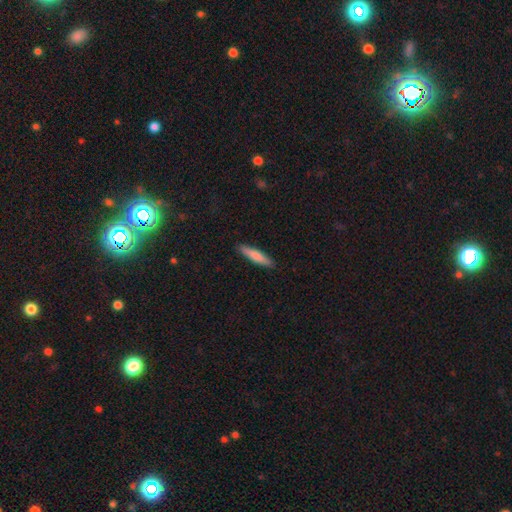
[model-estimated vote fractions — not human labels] A smooth galaxy with no disk features (75%) that is cigar-shaped (86%). Merging: none (91%).